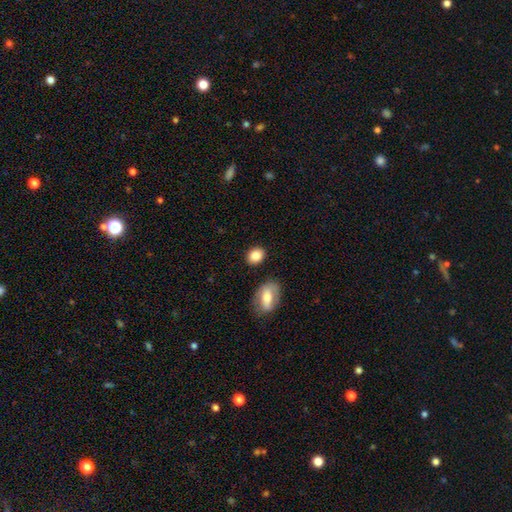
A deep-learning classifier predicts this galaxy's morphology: Smooth or featured? smooth (86%)
How rounded? in between (59%)
Merging? none (83%)